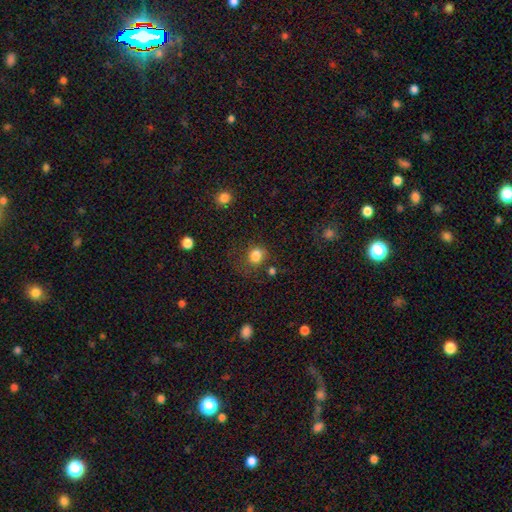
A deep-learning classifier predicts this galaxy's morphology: Overall: smooth (82%). How rounded: round (69%; in between 31%). Merging: none (65%).